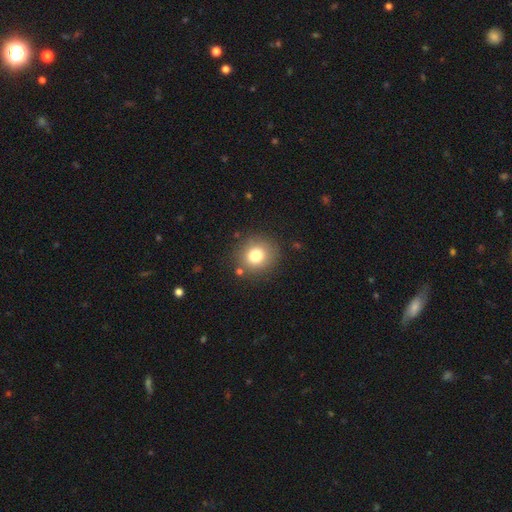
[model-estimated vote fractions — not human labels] Q: Smooth or featured?
A: smooth (78%); runner-up: star or artifact (12%)
Q: How rounded?
A: round (85%); runner-up: in between (15%)
Q: Merging?
A: none (84%); runner-up: minor disturbance (9%)